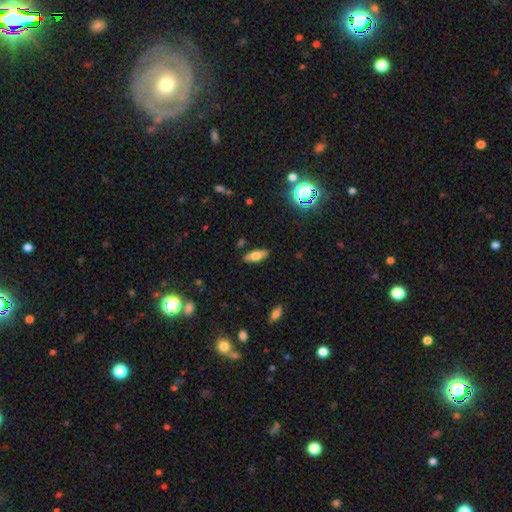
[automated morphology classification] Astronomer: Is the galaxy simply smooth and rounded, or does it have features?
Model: smooth — 67%.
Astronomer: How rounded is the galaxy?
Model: in between — 72%.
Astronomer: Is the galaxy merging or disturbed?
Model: none — 87%.